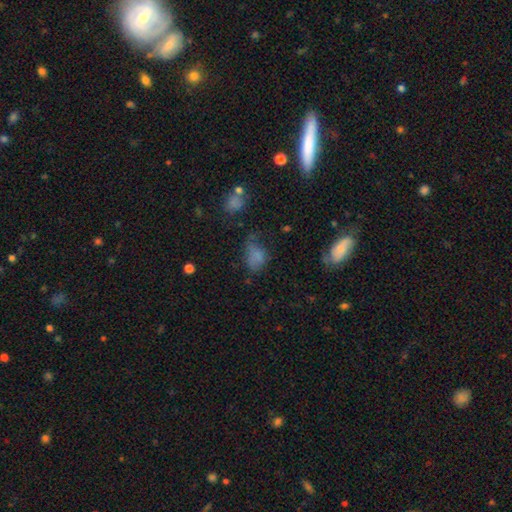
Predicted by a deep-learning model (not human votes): smooth-or-featured: smooth: 69% | star or artifact: 19% | featured or disk: 12%
  how-rounded: in between: 82% | round: 16% | cigar-shaped: 2%
  merging: none: 38% | minor disturbance: 31% | major disturbance: 26% | merger: 6%